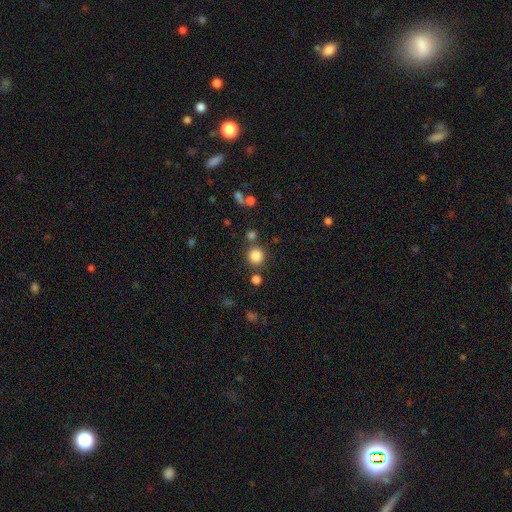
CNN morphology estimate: The model was most divided on "merging": none: 80%, merger: 9%, minor disturbance: 8%, major disturbance: 3%. More confident: how rounded — round (92%); smooth or featured — smooth (83%).